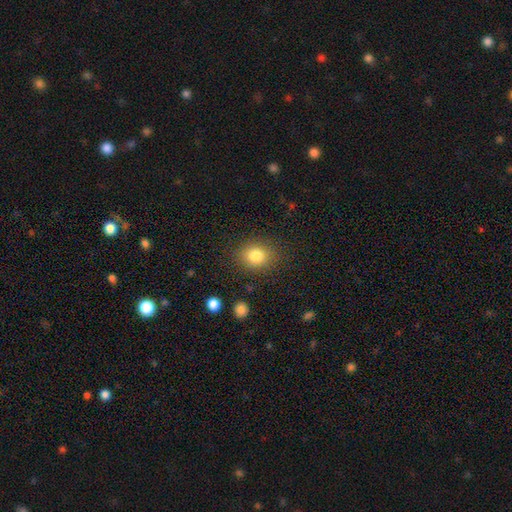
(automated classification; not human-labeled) smooth-or-featured: smooth: 82% | star or artifact: 11% | featured or disk: 8%
  how-rounded: round: 59% | in between: 40% | cigar-shaped: 1%
  merging: none: 85% | minor disturbance: 10% | major disturbance: 4% | merger: 2%